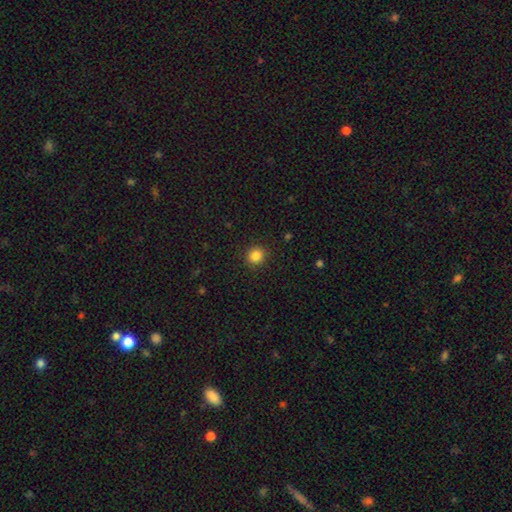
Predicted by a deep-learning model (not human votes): Smooth or featured?
  - smooth: 85% *
  - star or artifact: 11%
  - featured or disk: 4%
How rounded?
  - round: 89% *
  - in between: 10%
  - cigar-shaped: 1%
Merging?
  - none: 91% *
  - minor disturbance: 6%
  - major disturbance: 2%
  - merger: 1%